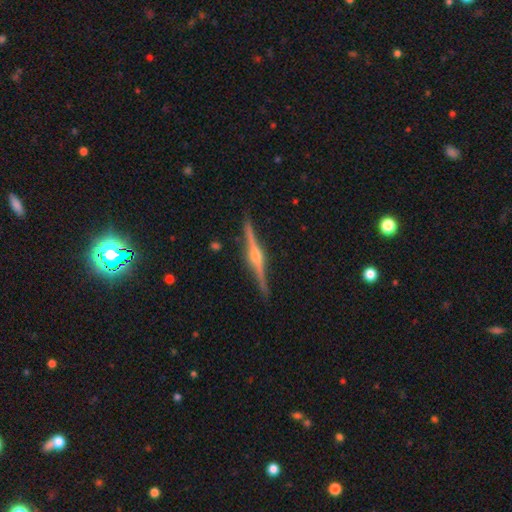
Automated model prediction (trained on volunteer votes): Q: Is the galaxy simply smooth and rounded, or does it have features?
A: featured or disk — 86%.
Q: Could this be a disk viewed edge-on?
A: yes — 98%.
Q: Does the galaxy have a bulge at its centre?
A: rounded — 92%.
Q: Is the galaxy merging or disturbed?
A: none — 91%.